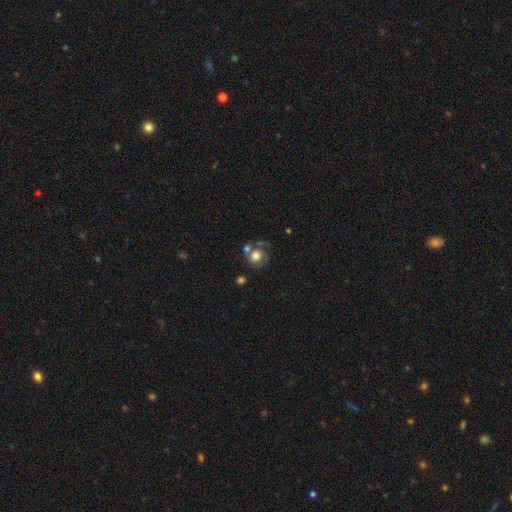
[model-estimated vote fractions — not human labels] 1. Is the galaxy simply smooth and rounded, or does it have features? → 63% smooth, 27% featured or disk, 10% star or artifact.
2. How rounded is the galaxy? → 82% round, 17% in between, 1% cigar-shaped.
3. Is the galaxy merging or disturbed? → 46% none, 23% merger, 17% minor disturbance, 14% major disturbance.